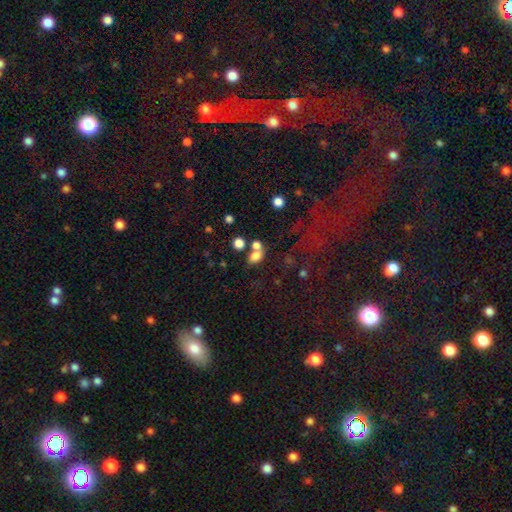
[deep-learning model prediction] Smooth or featured? Predicted: smooth (p=0.75). How rounded? Predicted: in between (p=0.71). Merging? Predicted: none (p=0.42).